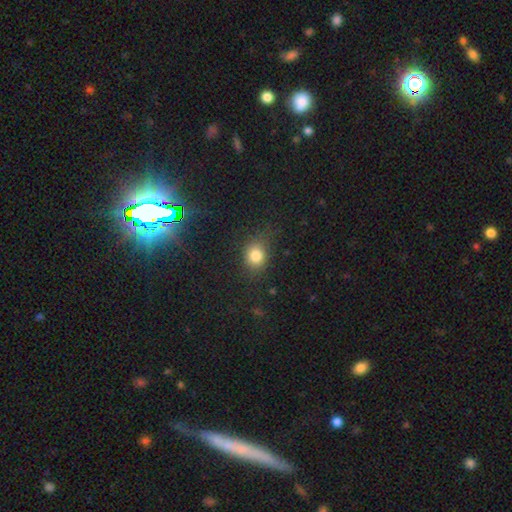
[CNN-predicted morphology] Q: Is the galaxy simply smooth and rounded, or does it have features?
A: smooth — 80%.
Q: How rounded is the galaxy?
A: round — 63%.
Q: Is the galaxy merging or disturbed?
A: none — 73%.